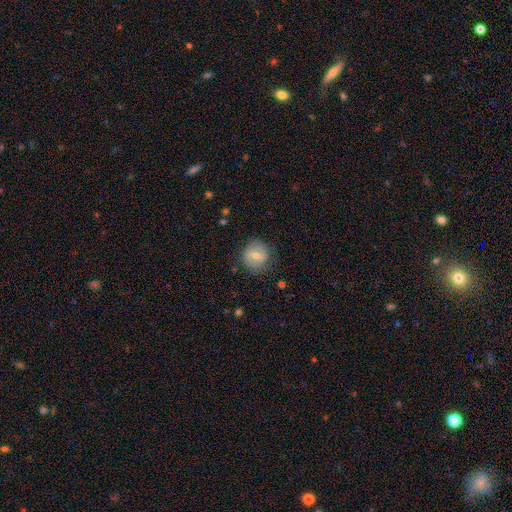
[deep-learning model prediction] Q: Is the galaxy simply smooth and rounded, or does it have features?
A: smooth — 51%.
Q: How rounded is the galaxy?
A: round — 85%.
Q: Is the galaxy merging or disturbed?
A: none — 78%.